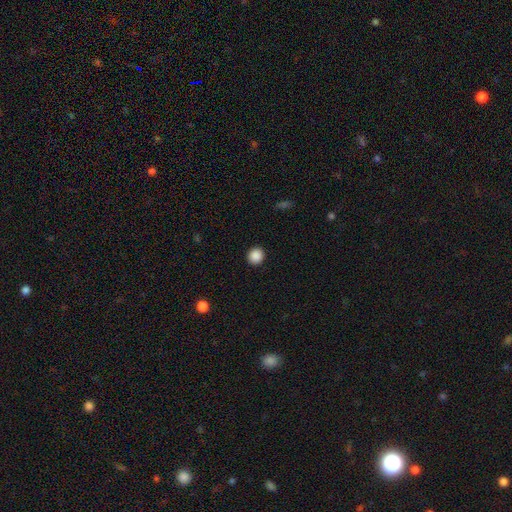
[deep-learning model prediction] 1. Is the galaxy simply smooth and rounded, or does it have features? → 88% smooth, 9% star or artifact, 2% featured or disk.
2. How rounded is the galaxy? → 89% round, 10% in between, 1% cigar-shaped.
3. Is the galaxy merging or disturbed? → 92% none, 5% minor disturbance, 2% major disturbance, 1% merger.